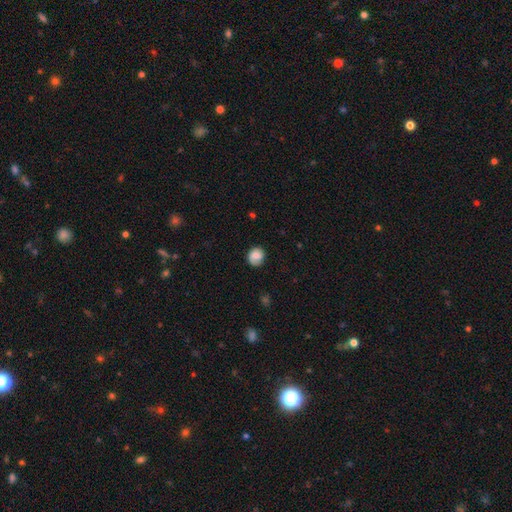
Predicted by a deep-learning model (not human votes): smooth-or-featured: smooth: 74% | featured or disk: 18% | star or artifact: 8%
  how-rounded: round: 76% | in between: 23% | cigar-shaped: 1%
  merging: none: 74% | minor disturbance: 19% | major disturbance: 5% | merger: 1%